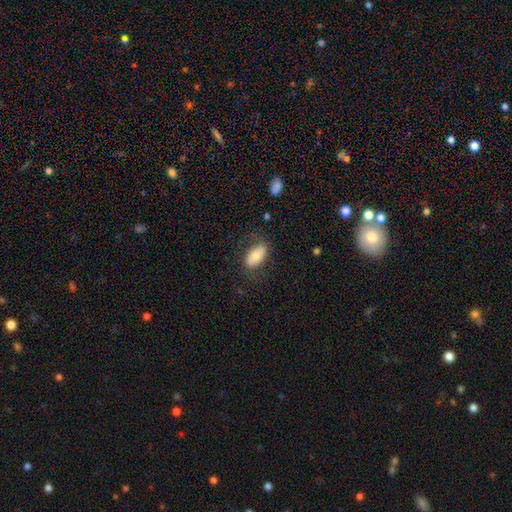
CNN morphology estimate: Q: Smooth or featured?
A: smooth (73%); runner-up: featured or disk (20%)
Q: How rounded?
A: in between (92%); runner-up: round (4%)
Q: Merging?
A: none (66%); runner-up: minor disturbance (21%)